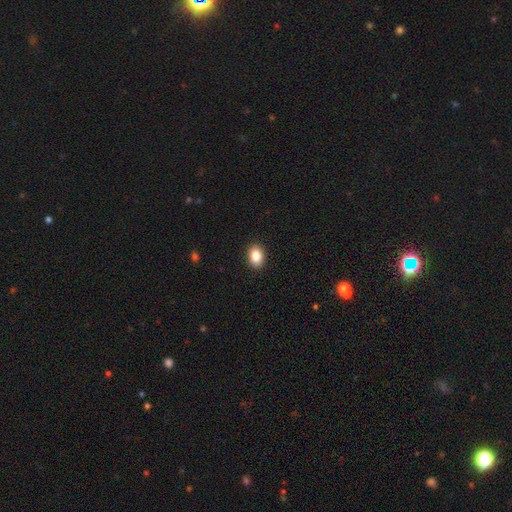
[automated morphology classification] A smooth galaxy with no disk features (87%) that is in between round and cigar-shaped (79%). Merging: none (91%).